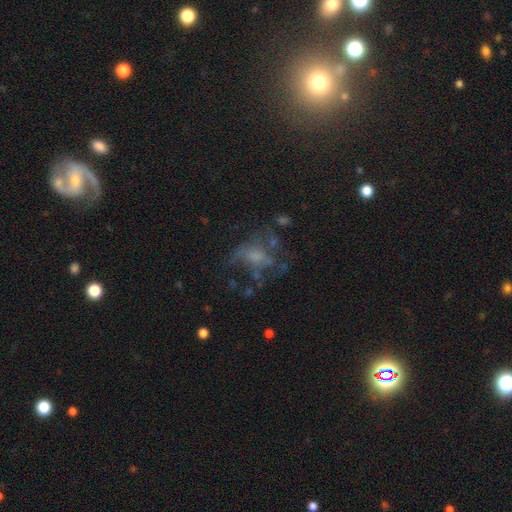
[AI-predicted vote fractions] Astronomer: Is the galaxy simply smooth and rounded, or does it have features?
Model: featured or disk — 51% (runner-up: smooth, 31%).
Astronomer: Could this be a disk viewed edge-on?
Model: no — 97%.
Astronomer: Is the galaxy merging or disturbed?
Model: none — 41% (runner-up: major disturbance, 36%).